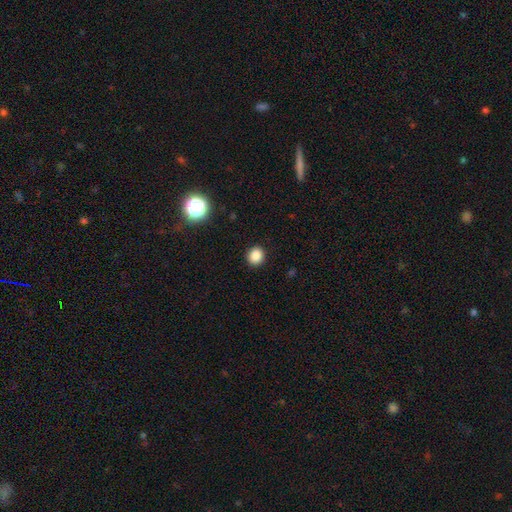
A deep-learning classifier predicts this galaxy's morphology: Smooth or featured? smooth (85%)
How rounded? round (81%)
Merging? none (91%)